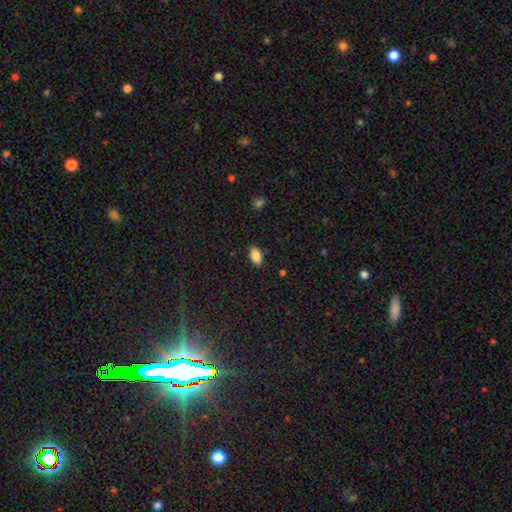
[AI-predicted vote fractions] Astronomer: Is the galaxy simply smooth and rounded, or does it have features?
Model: smooth — 86%.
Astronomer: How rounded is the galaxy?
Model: in between — 92%.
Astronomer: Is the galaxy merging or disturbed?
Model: none — 87%.